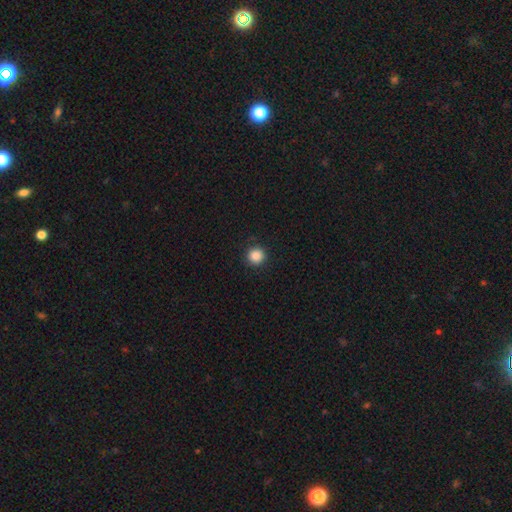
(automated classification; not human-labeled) This is clearly a smooth galaxy (87%). How rounded: clearly round (95%). Merging: clearly none (90%).